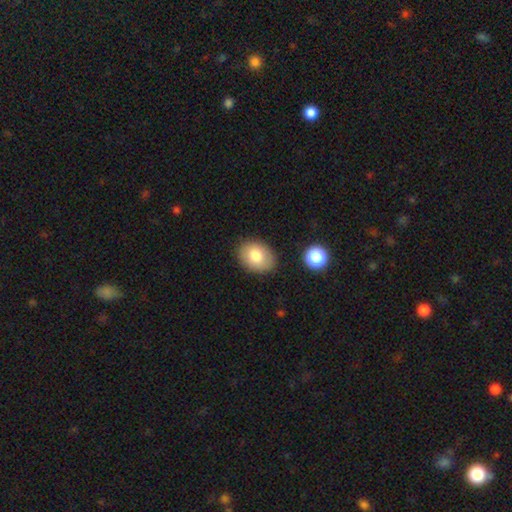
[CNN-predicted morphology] A smooth galaxy with no disk features (80%) that is in between round and cigar-shaped (70%).

Vote fractions:
- Smooth or featured? smooth: 80% / featured or disk: 12% / star or artifact: 8%
- How rounded? in between: 70% / round: 29% / cigar-shaped: 1%
- Merging? none: 85% / minor disturbance: 10% / major disturbance: 3% / merger: 2%